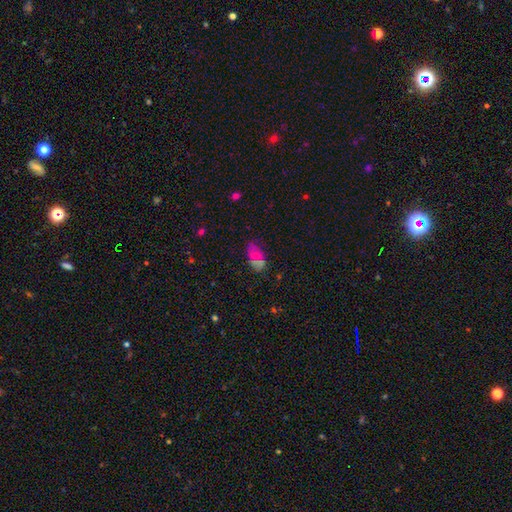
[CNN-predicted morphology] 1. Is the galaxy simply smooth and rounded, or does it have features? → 61% smooth, 24% star or artifact, 15% featured or disk.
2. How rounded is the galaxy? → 90% in between, 7% round, 3% cigar-shaped.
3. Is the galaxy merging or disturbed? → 70% none, 20% minor disturbance, 6% major disturbance, 4% merger.